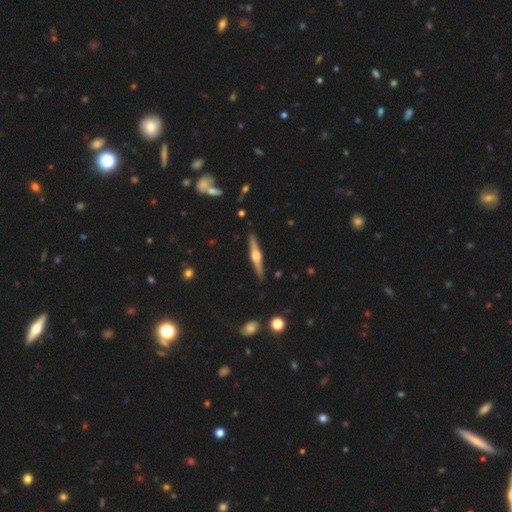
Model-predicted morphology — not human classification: Smooth or featured? Predicted: featured or disk (p=0.80). Edge-on disk? Predicted: yes (p=0.98). Edge-on bulge? Predicted: rounded (p=0.93). Merging? Predicted: none (p=0.91).